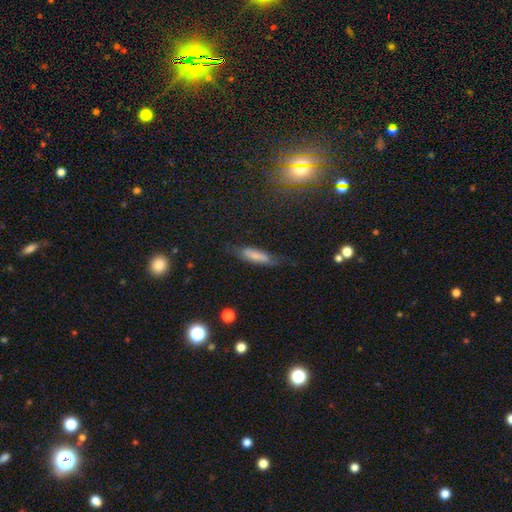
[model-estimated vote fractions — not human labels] Smooth or featured? Predicted: smooth (p=0.67). How rounded? Predicted: cigar-shaped (p=0.67). Merging? Predicted: none (p=0.67).